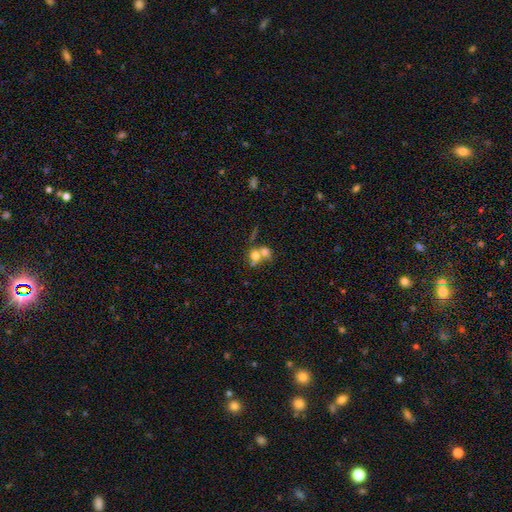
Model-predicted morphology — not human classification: A smooth galaxy with no disk features (67%) that is round (59%).

Vote fractions:
- Smooth or featured? smooth: 67% / featured or disk: 22% / star or artifact: 12%
- How rounded? round: 59% / in between: 39% / cigar-shaped: 2%
- Merging? merger: 68% / none: 21% / minor disturbance: 6% / major disturbance: 5%